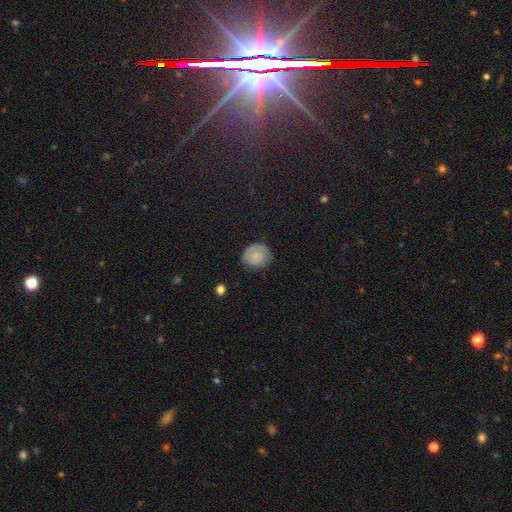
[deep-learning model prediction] The model was most divided on "how rounded": round: 73%, in between: 26%, cigar-shaped: 1%. More confident: merging — none (72%); smooth or featured — smooth (71%).